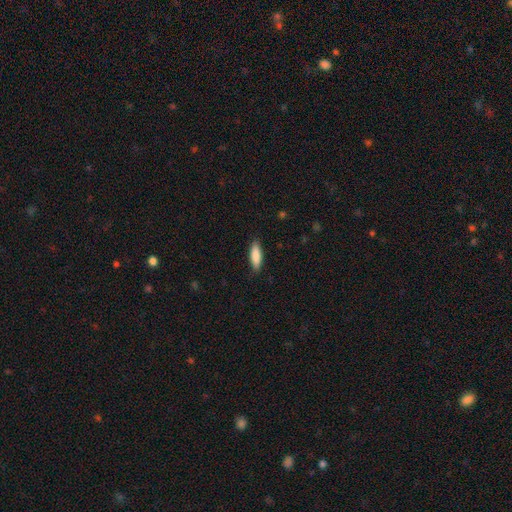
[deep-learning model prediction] Smooth or featured?
  - smooth: 86% *
  - featured or disk: 8%
  - star or artifact: 6%
How rounded?
  - in between: 51% *
  - cigar-shaped: 48%
  - round: 2%
Merging?
  - none: 85% *
  - minor disturbance: 11%
  - major disturbance: 2%
  - merger: 1%